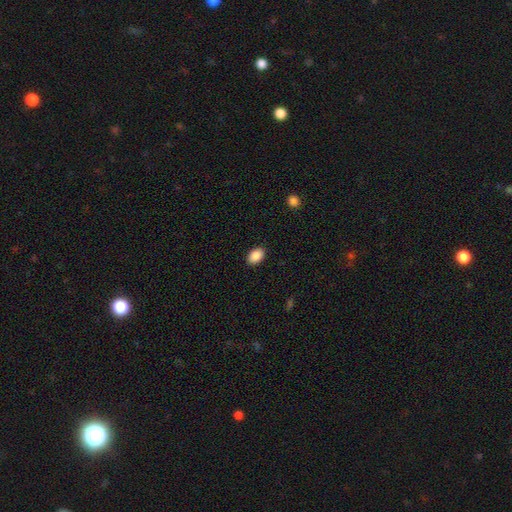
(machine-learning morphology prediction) This is clearly a smooth galaxy (90%). How rounded: clearly in between (87%). Merging: clearly none (90%).